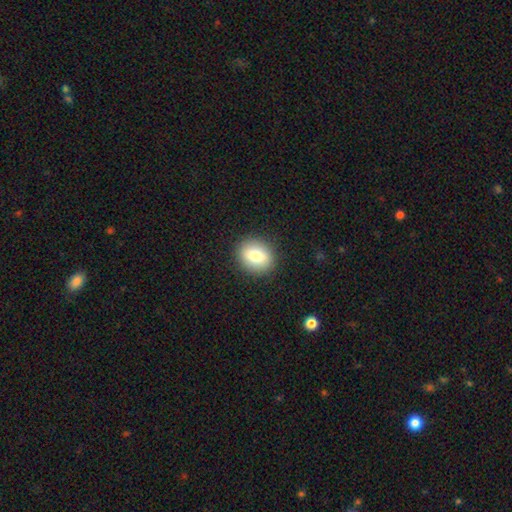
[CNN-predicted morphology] smooth_or_featured: smooth (p=0.78) [alt: featured or disk p=0.13]
how_rounded: round (p=0.65) [alt: in between p=0.34]
merging: none (p=0.90) [alt: minor disturbance p=0.07]